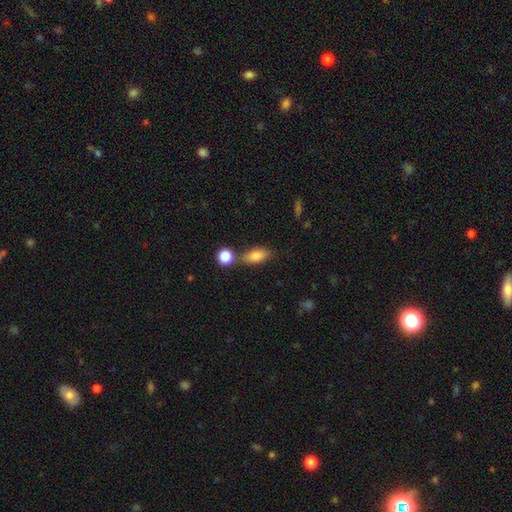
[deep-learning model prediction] Smooth or featured? smooth (82%)
How rounded? in between (80%)
Merging? none (66%)